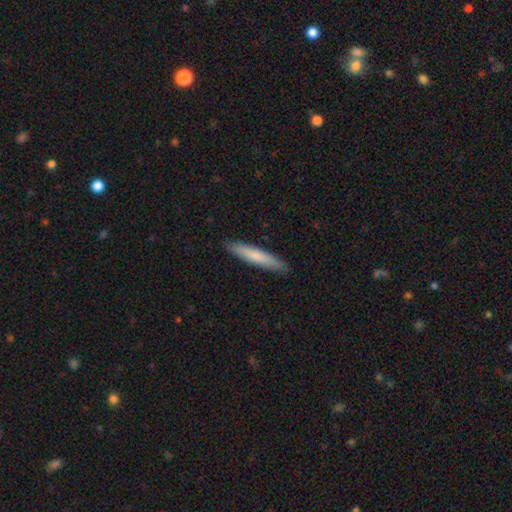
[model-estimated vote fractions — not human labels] Q: Smooth or featured?
A: smooth (74%); runner-up: featured or disk (21%)
Q: How rounded?
A: cigar-shaped (93%); runner-up: in between (5%)
Q: Merging?
A: none (91%); runner-up: minor disturbance (6%)